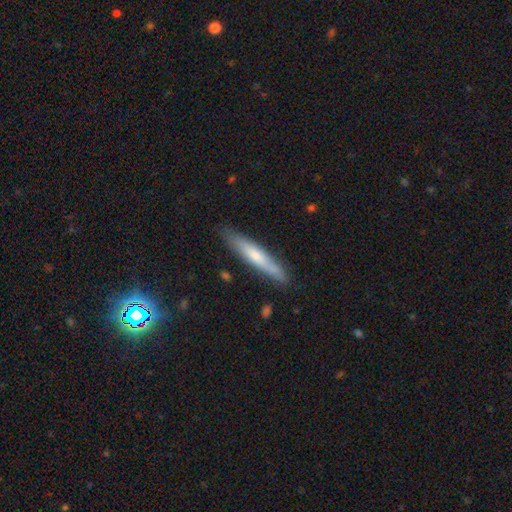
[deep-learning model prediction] smooth_or_featured: smooth (p=0.58) [alt: featured or disk p=0.37]
how_rounded: cigar-shaped (p=0.91) [alt: in between p=0.07]
merging: none (p=0.85) [alt: minor disturbance p=0.11]